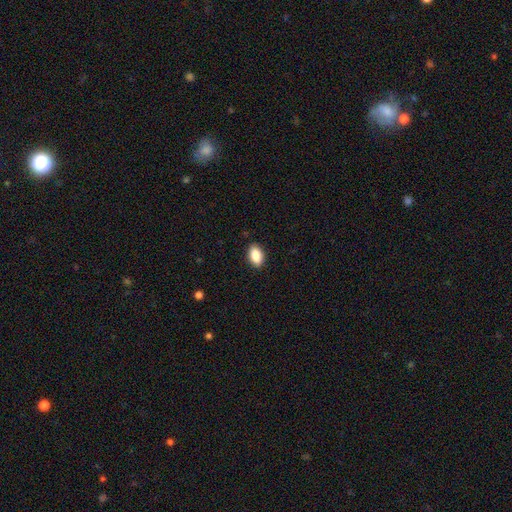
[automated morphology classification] Q: Smooth or featured?
A: smooth (87%); runner-up: star or artifact (7%)
Q: How rounded?
A: in between (91%); runner-up: round (6%)
Q: Merging?
A: none (89%); runner-up: minor disturbance (8%)